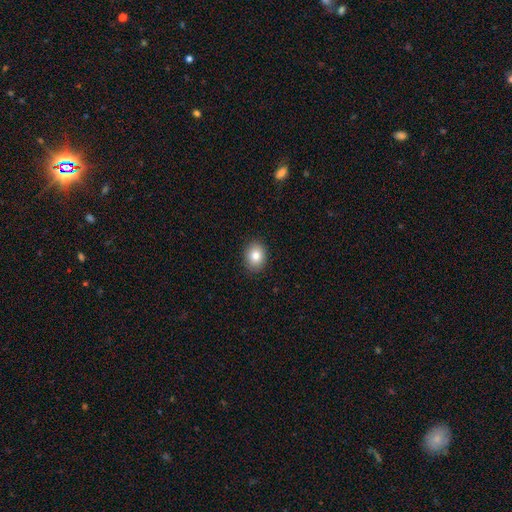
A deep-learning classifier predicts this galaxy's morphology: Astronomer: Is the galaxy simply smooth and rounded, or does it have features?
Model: smooth — 83%.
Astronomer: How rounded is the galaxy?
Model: in between — 53% (runner-up: round, 46%).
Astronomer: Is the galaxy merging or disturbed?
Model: none — 90%.